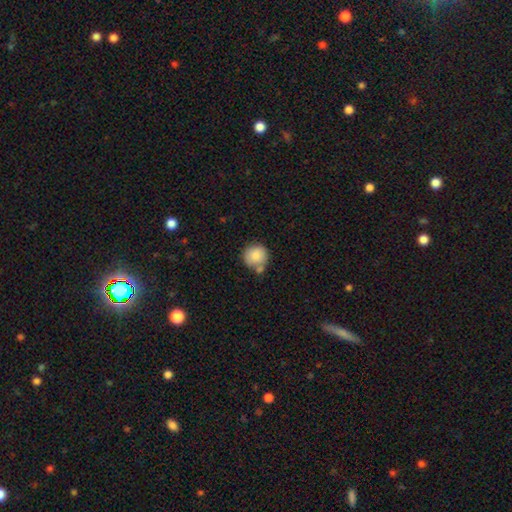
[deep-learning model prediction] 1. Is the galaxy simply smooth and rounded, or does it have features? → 82% smooth, 10% featured or disk, 8% star or artifact.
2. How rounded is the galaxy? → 92% round, 7% in between, 1% cigar-shaped.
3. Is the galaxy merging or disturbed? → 61% none, 19% merger, 16% minor disturbance, 4% major disturbance.